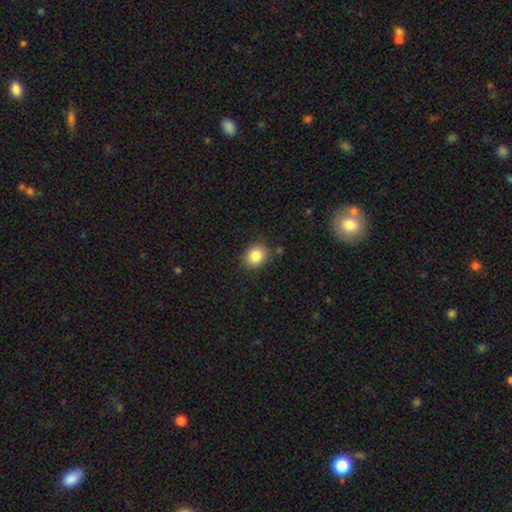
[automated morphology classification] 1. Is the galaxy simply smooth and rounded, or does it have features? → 84% smooth, 10% star or artifact, 6% featured or disk.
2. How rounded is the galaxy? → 64% round, 35% in between, 1% cigar-shaped.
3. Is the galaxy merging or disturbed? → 84% none, 11% minor disturbance, 3% major disturbance, 2% merger.